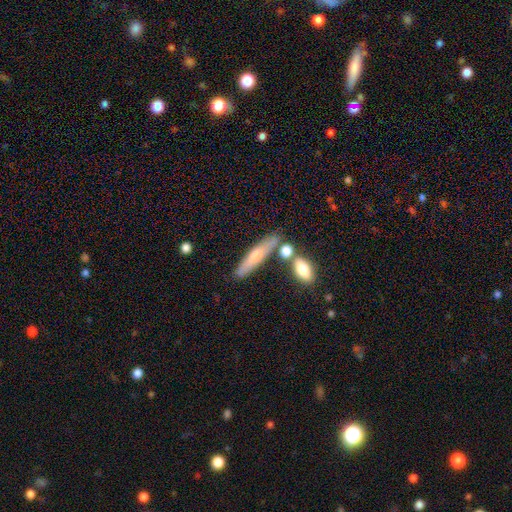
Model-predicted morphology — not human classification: Overall: smooth (58%; featured or disk 35%). How rounded: cigar-shaped (82%). Merging: none (69%).